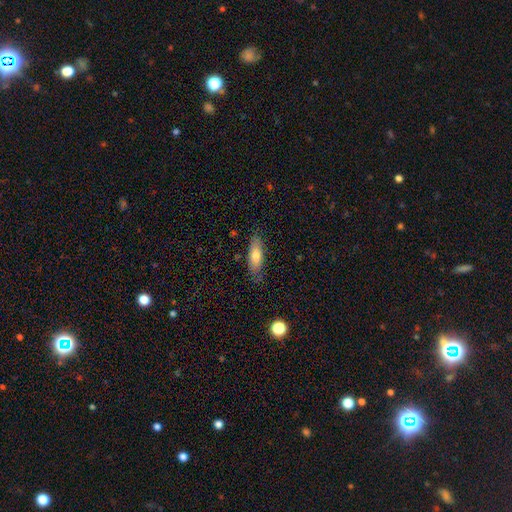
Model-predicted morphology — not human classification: smooth 72%, featured or disk 21%, star or artifact 7%. Down the decision tree: how rounded — in between (56%); merging — none (78%).